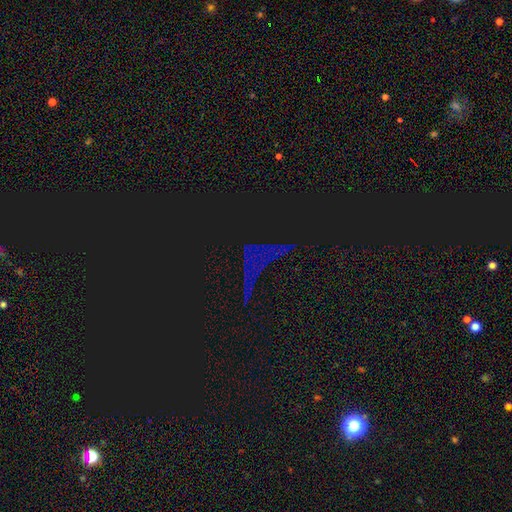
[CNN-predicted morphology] This is likely a star or artifact rather than a galaxy (78%).